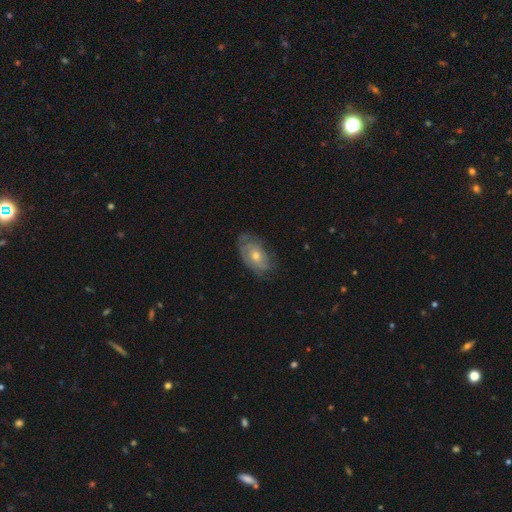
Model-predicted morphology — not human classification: A featured or disk galaxy (57%) with no bar (83%), spiral arms (68%) and a moderate central bulge (60%).

Vote fractions:
- Smooth or featured? featured or disk: 57% / smooth: 36% / star or artifact: 7%
- Edge-on disk? no: 92% / yes: 8%
- Bar? no: 83% / weak: 15% / strong: 2%
- Spiral arms? yes: 68% / no: 32%
- Bulge size? moderate: 60% / small: 35% / large: 3% / none: 1% / dominant: 1%
- Merging? none: 64% / minor disturbance: 26% / major disturbance: 9% / merger: 1%